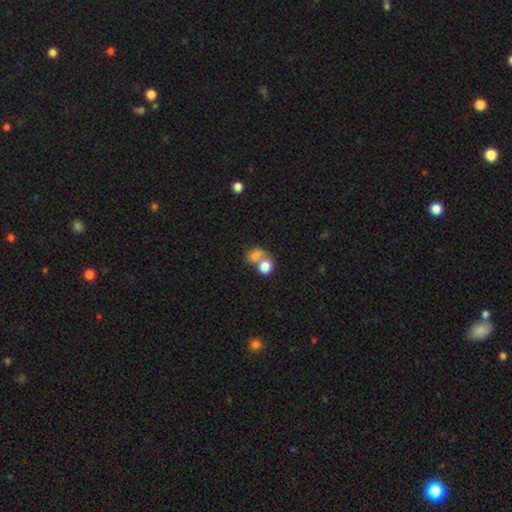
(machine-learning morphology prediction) This is likely a smooth galaxy (75%). How rounded: possibly round (53%). Merging: possibly merger (59%).